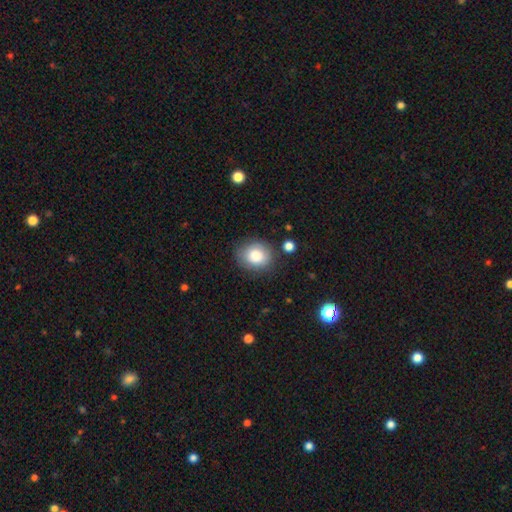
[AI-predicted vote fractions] Smooth or featured? smooth (84%)
How rounded? round (64%)
Merging? none (80%)